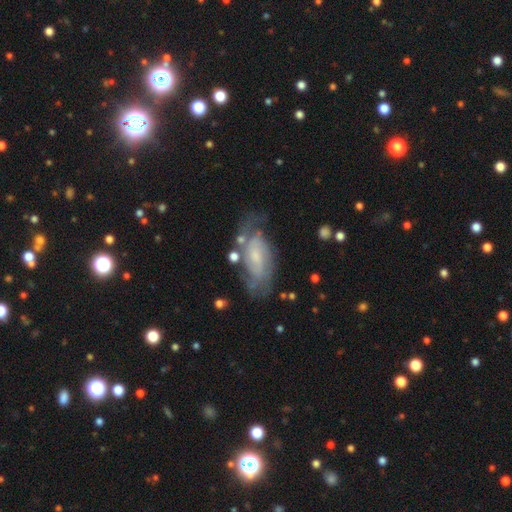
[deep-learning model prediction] Overall: featured or disk (73%). Edge-on disk: no (93%). Bar: no (55%; weak 38%). Spiral arms: yes (88%). Spiral arm count: 2 (45%; can't tell 36%). Spiral winding: tight (46%; medium 40%). Bulge size: small (48%; moderate 32%). Merging: none (59%; minor disturbance 22%).